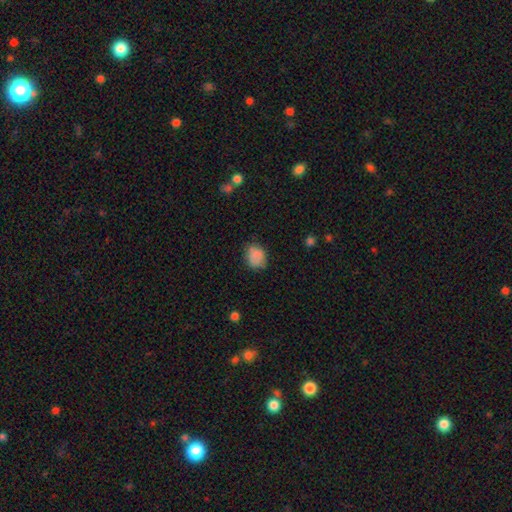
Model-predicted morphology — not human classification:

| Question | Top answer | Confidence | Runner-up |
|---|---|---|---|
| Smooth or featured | smooth | 84% | star or artifact (9%) |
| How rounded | in between | 50% | round (49%) |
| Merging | none | 71% | minor disturbance (22%) |